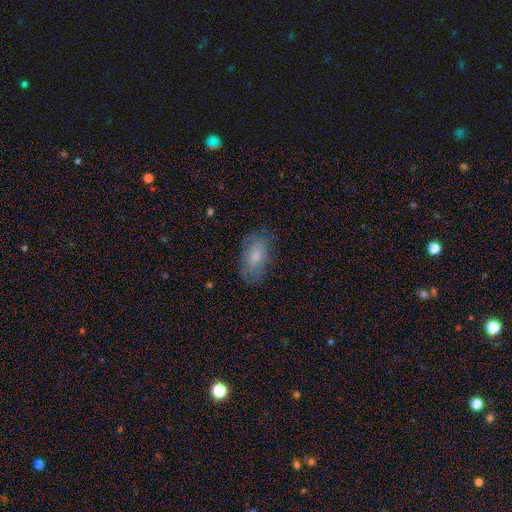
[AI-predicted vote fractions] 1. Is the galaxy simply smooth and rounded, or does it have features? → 64% smooth, 28% featured or disk, 8% star or artifact.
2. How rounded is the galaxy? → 91% in between, 6% round, 3% cigar-shaped.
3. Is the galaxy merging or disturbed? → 72% none, 20% minor disturbance, 7% major disturbance, 1% merger.